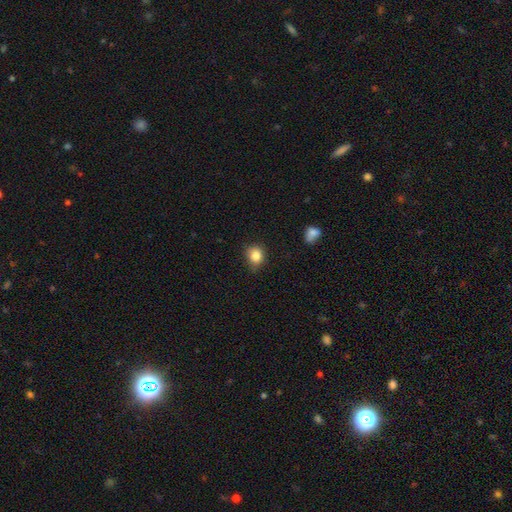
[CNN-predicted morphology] smooth 83%, star or artifact 11%, featured or disk 6%. Down the decision tree: how rounded — round (74%); merging — none (70%).